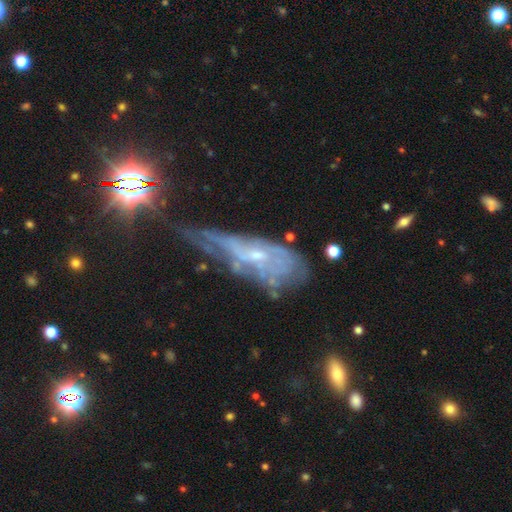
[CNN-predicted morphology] This is likely a featured or disk galaxy (64%). It is clearly not viewed edge-on (82%). Bar: likely no (72%). Spiral arm pattern: possibly no (54%). Central bulge: likely small (66%). Merging: marginally major disturbance (34%).